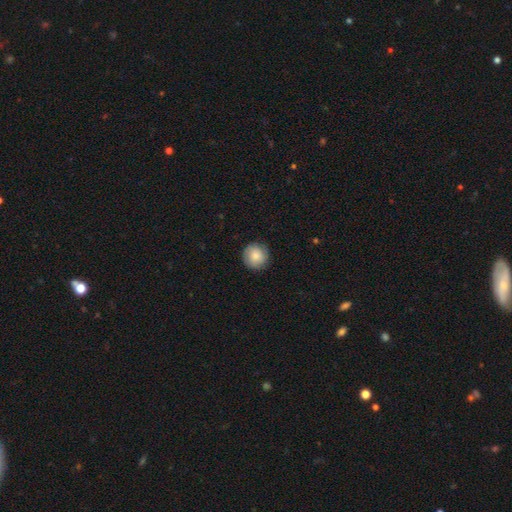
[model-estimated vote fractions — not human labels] The model was most divided on "smooth or featured": smooth: 79%, featured or disk: 14%, star or artifact: 7%. More confident: how rounded — round (94%); merging — none (86%).